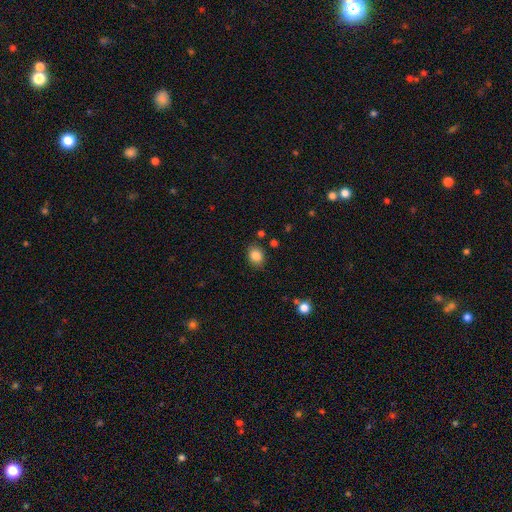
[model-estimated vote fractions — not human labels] Smooth or featured? Predicted: smooth (p=0.85). How rounded? Predicted: in between (p=0.52). Merging? Predicted: none (p=0.84).